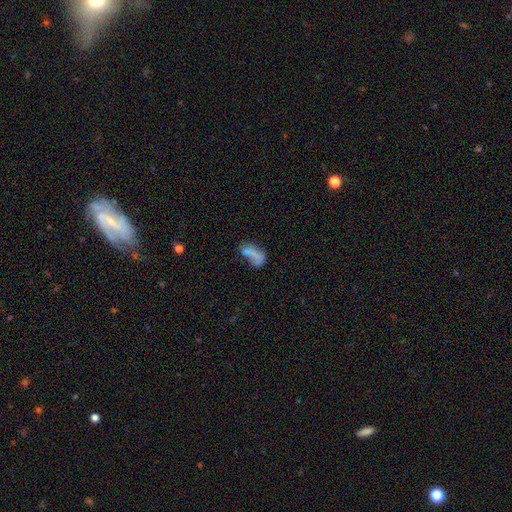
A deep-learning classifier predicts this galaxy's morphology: Q: Smooth or featured?
A: smooth (66%); runner-up: featured or disk (23%)
Q: How rounded?
A: in between (83%); runner-up: cigar-shaped (12%)
Q: Merging?
A: none (32%); runner-up: major disturbance (30%)